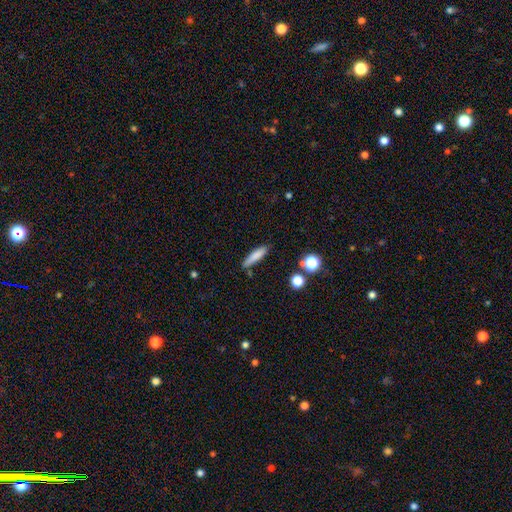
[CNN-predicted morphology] The model was most divided on "merging": none: 79%, minor disturbance: 14%, merger: 4%, major disturbance: 3%. More confident: how rounded — cigar-shaped (82%); smooth or featured — smooth (78%).